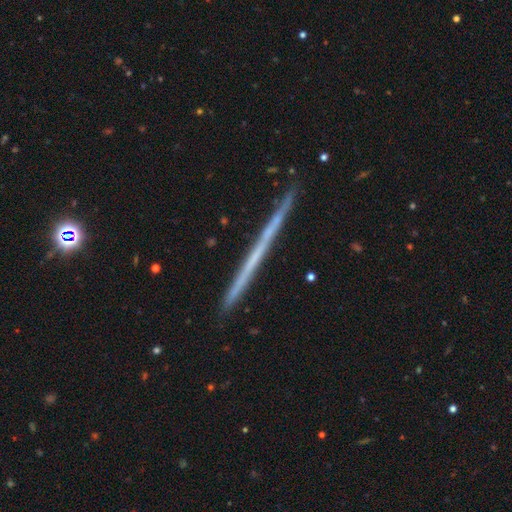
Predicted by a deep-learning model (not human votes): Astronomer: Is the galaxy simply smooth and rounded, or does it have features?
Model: featured or disk — 63%.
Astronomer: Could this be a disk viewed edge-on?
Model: yes — 98%.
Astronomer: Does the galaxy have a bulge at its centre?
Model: none — 93%.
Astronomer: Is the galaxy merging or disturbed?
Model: none — 91%.